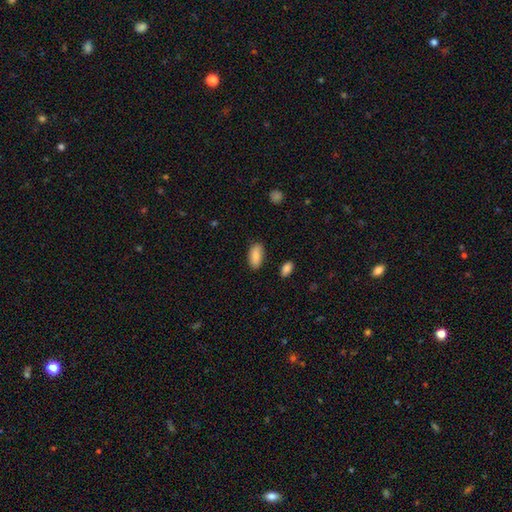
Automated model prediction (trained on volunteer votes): Smooth or featured?
  - smooth: 84% *
  - featured or disk: 9%
  - star or artifact: 7%
How rounded?
  - in between: 93% *
  - cigar-shaped: 5%
  - round: 2%
Merging?
  - none: 83% *
  - minor disturbance: 12%
  - major disturbance: 3%
  - merger: 2%